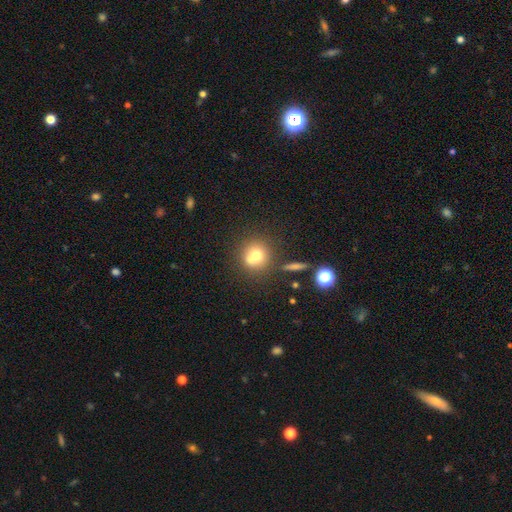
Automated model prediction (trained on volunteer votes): A smooth galaxy with no disk features (69%) that is round (89%). Merging: none (53%).